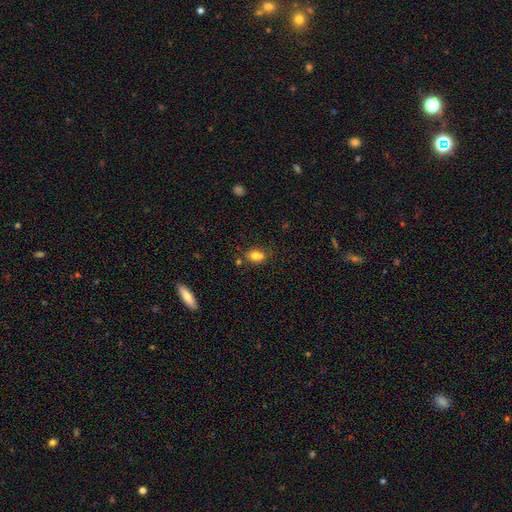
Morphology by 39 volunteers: smooth_or_featured: smooth (p=0.69) [alt: featured or disk p=0.23]
how_rounded: in between (p=0.67) [alt: round p=0.30]
merging: none (p=0.56) [alt: merger p=0.25]